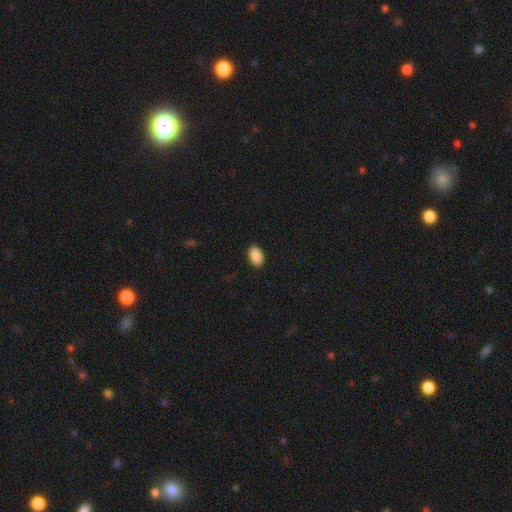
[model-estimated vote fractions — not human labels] A smooth galaxy with no disk features (90%) that is in between round and cigar-shaped (92%). Merging: none (90%).